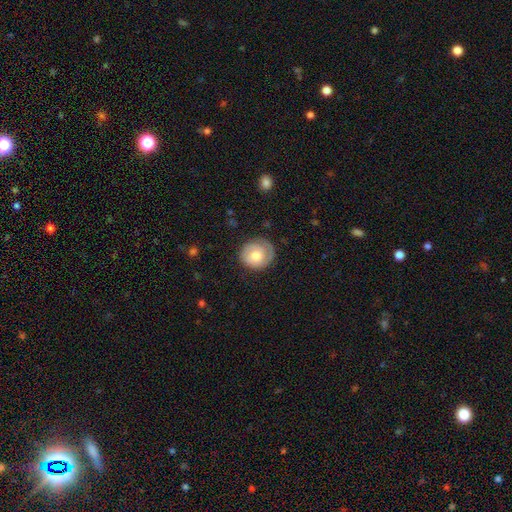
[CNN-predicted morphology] featured or disk 48%, smooth 46%, star or artifact 6%. Down the decision tree: merging — none (74%).